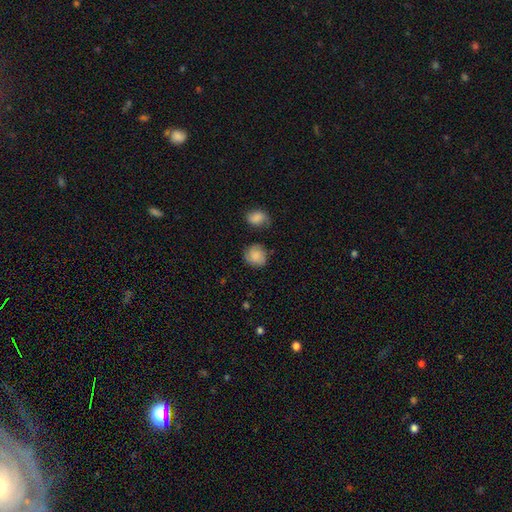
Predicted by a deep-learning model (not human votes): Q: Smooth or featured?
A: smooth (76%); runner-up: featured or disk (16%)
Q: How rounded?
A: round (79%); runner-up: in between (20%)
Q: Merging?
A: none (69%); runner-up: minor disturbance (21%)